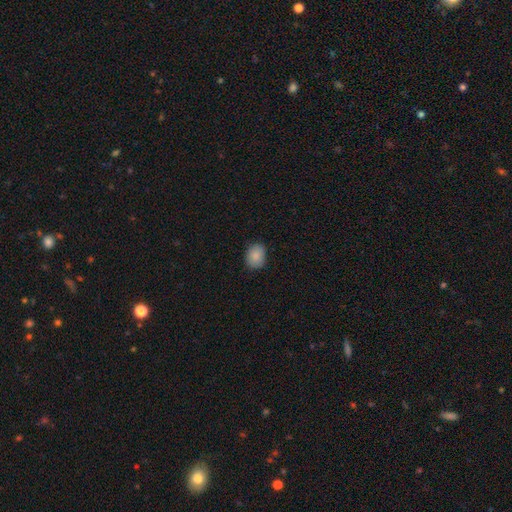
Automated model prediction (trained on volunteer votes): Smooth or featured: smooth — 87% (star or artifact — 8%)
How rounded: in between — 53% (round — 46%)
Merging: none — 81% (minor disturbance — 15%)